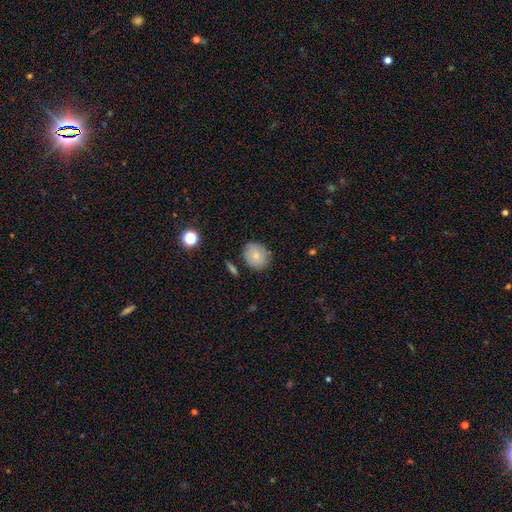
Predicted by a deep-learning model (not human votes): This is likely a smooth galaxy (78%). How rounded: likely round (68%). Merging: clearly none (81%).